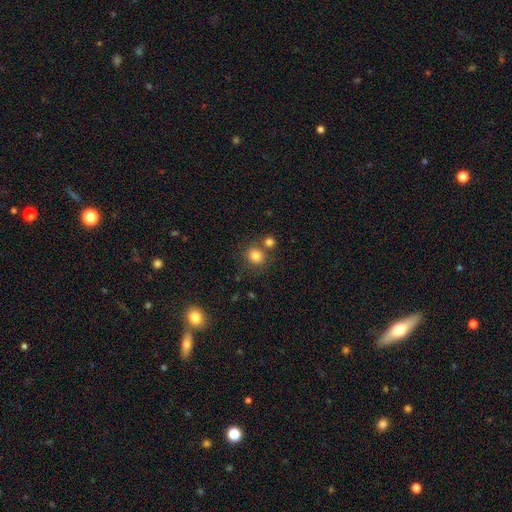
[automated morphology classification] smooth_or_featured: smooth (p=0.81) [alt: star or artifact p=0.11]
how_rounded: round (p=0.78) [alt: in between p=0.21]
merging: none (p=0.66) [alt: merger p=0.20]